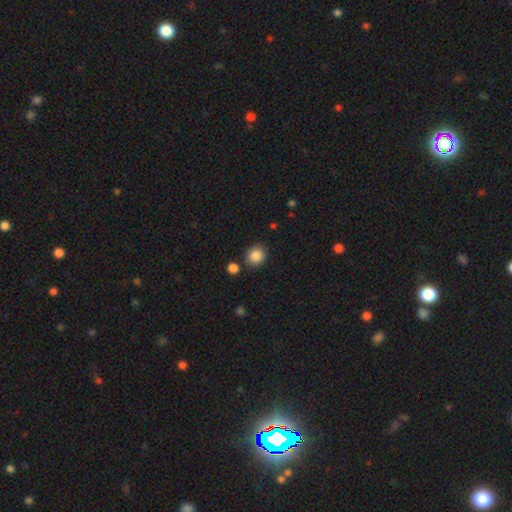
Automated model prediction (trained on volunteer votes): smooth 86%, star or artifact 9%, featured or disk 4%. Down the decision tree: how rounded — round (78%); merging — none (82%).